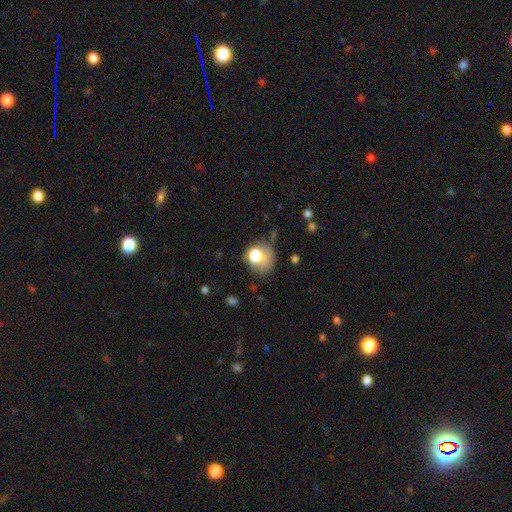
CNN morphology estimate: The model was most divided on "merging": none: 37%, minor disturbance: 30%, major disturbance: 26%, merger: 8%. More confident: smooth or featured — smooth (72%); how rounded — round (65%).